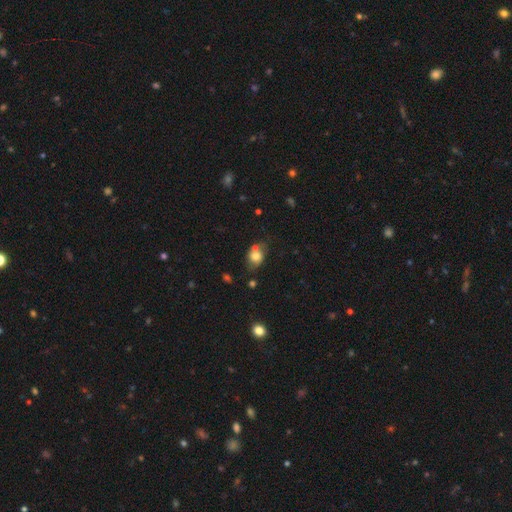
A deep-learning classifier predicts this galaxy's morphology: Smooth or featured: smooth — 69% (featured or disk — 20%)
How rounded: in between — 55% (round — 43%)
Merging: none — 46% (merger — 24%)